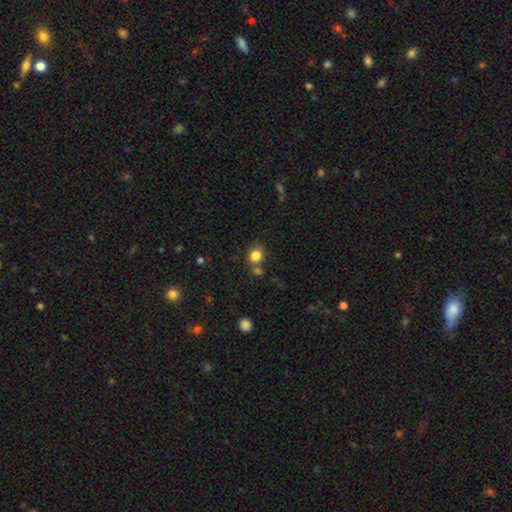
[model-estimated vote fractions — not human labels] A smooth galaxy with no disk features (82%) that is round (75%). Merging: none (67%).